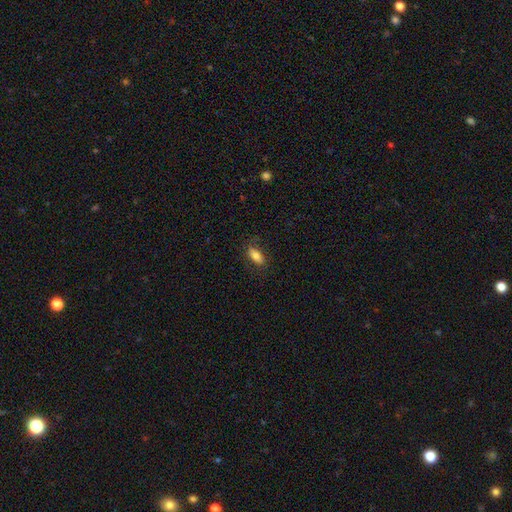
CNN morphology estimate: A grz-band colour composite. It shows a smooth galaxy with no disk features (77%) that is in between round and cigar-shaped (81%). Merging: none (80%).